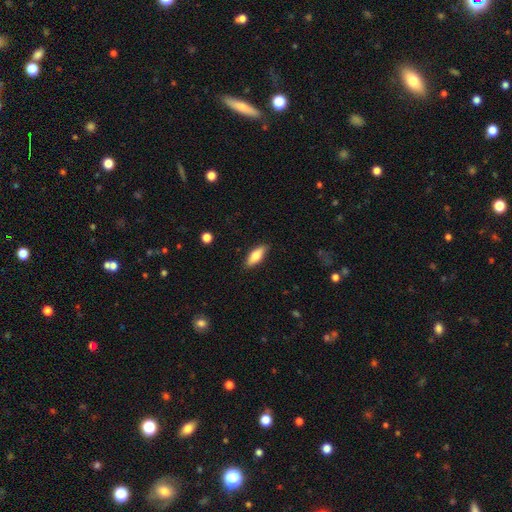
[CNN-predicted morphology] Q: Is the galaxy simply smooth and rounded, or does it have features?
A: smooth — 71%.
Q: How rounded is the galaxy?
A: in between — 65%.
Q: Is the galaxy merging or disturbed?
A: none — 86%.